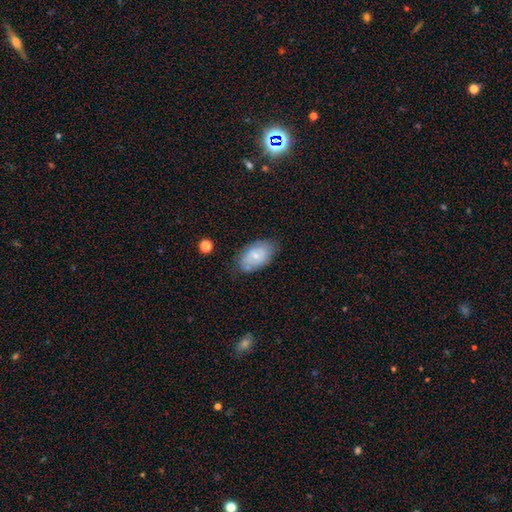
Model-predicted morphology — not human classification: Smooth or featured?
  - smooth: 54% *
  - featured or disk: 38%
  - star or artifact: 8%
How rounded?
  - in between: 92% *
  - round: 7%
  - cigar-shaped: 2%
Merging?
  - none: 73% *
  - minor disturbance: 20%
  - major disturbance: 5%
  - merger: 2%